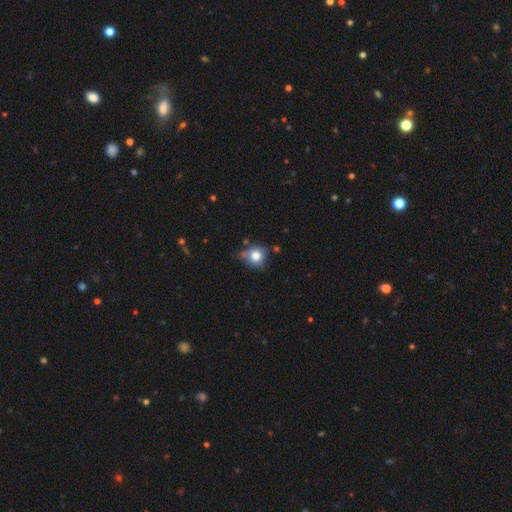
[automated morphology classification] smooth-or-featured: smooth: 77% | featured or disk: 12% | star or artifact: 11%
  how-rounded: round: 78% | in between: 20% | cigar-shaped: 1%
  merging: none: 59% | minor disturbance: 27% | major disturbance: 7% | merger: 6%